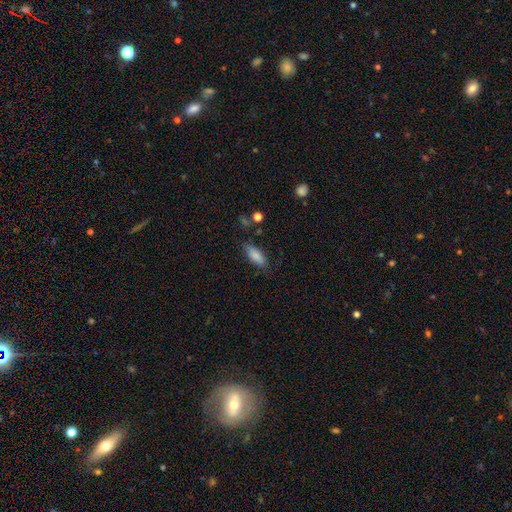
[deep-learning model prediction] smooth 83%, featured or disk 10%, star or artifact 7%. Down the decision tree: how rounded — in between (73%); merging — none (75%).